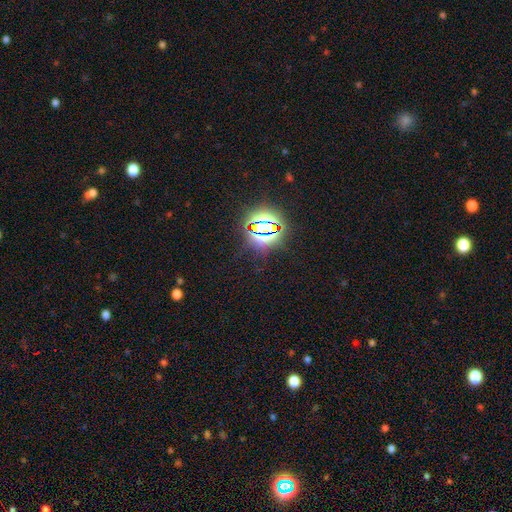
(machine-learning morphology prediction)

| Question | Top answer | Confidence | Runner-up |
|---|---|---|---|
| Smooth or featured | star or artifact | 83% | smooth (11%) |